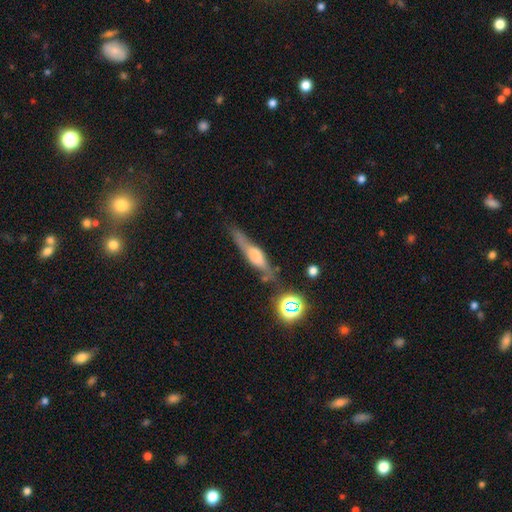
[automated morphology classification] A featured or disk galaxy (58%) viewed edge-on (85%).

Vote fractions:
- Smooth or featured? featured or disk: 58% / smooth: 34% / star or artifact: 9%
- Edge-on disk? yes: 85% / no: 15%
- Merging? none: 66% / minor disturbance: 21% / major disturbance: 7% / merger: 6%